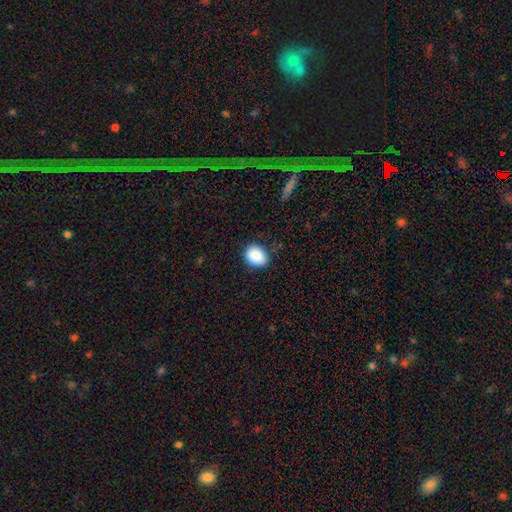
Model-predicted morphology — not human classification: Smooth or featured? Predicted: smooth (p=0.88). How rounded? Predicted: in between (p=0.59). Merging? Predicted: none (p=0.84).